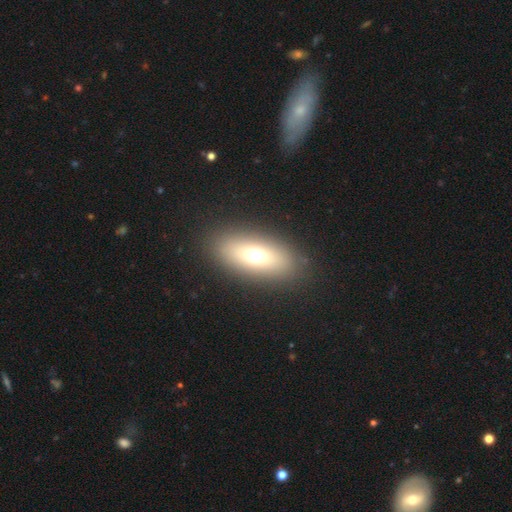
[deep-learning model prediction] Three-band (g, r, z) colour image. It shows a smooth galaxy with no disk features (64%) that is in between round and cigar-shaped (75%). Merging: none (87%).